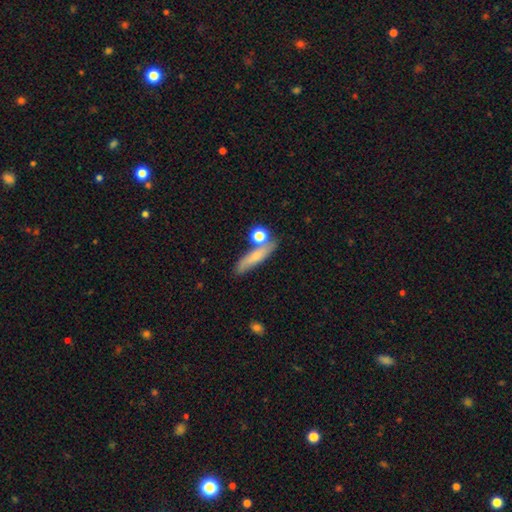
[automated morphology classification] smooth-or-featured: smooth: 69% | featured or disk: 22% | star or artifact: 9%
  how-rounded: cigar-shaped: 67% | in between: 24% | round: 9%
  merging: none: 63% | minor disturbance: 17% | merger: 15% | major disturbance: 6%